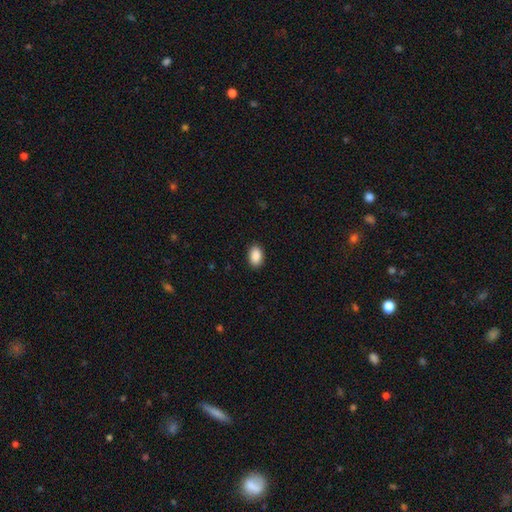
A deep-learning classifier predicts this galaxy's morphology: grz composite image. It shows a smooth galaxy with no disk features (90%) that is in between round and cigar-shaped (90%). Merging: none (90%).